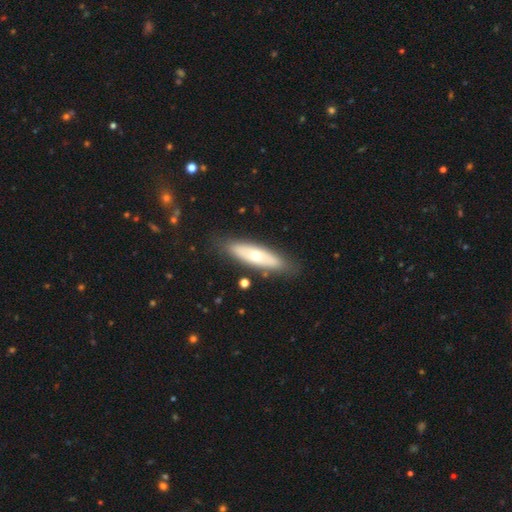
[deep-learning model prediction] Smooth or featured: smooth — 50% (featured or disk — 44%)
Merging: none — 83% (minor disturbance — 12%)